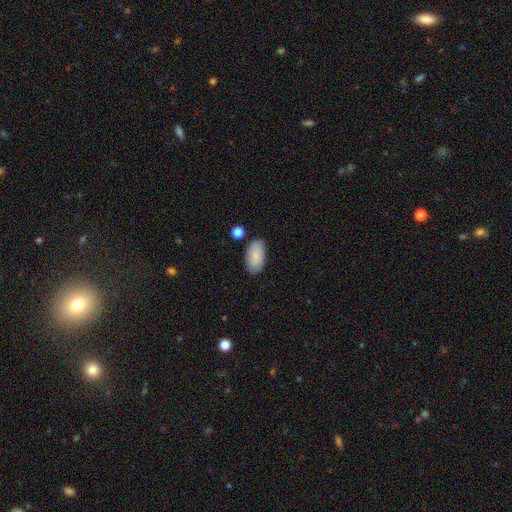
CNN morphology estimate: Smooth or featured? smooth (80%)
How rounded? in between (94%)
Merging? none (80%)